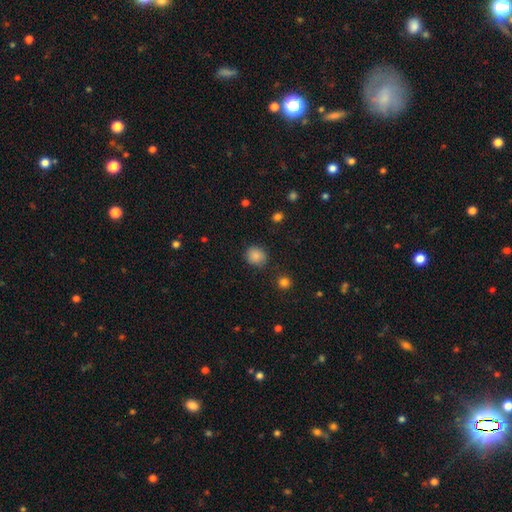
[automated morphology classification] Q: Smooth or featured?
A: smooth (86%); runner-up: star or artifact (10%)
Q: How rounded?
A: round (76%); runner-up: in between (23%)
Q: Merging?
A: none (84%); runner-up: minor disturbance (11%)